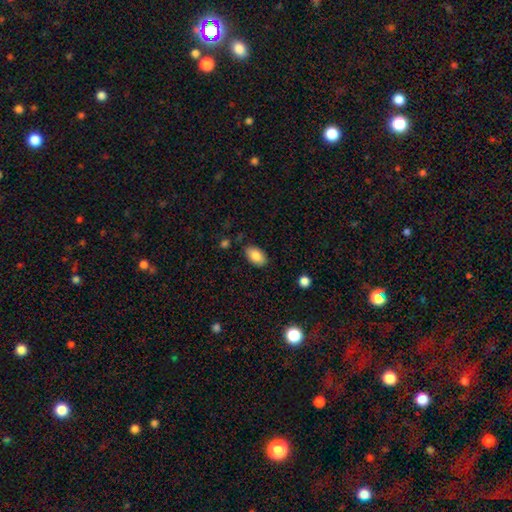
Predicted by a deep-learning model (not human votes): This is clearly a smooth galaxy (87%). How rounded: clearly in between (92%). Merging: clearly none (84%).